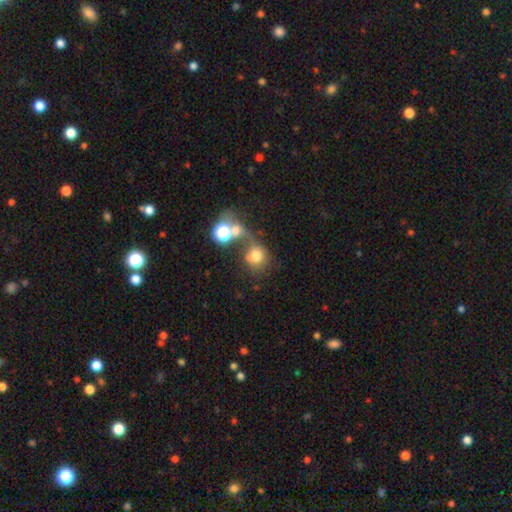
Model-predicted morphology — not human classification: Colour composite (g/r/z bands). It shows a smooth galaxy with no disk features (70%) that is round (80%). Merging: merger (39%).